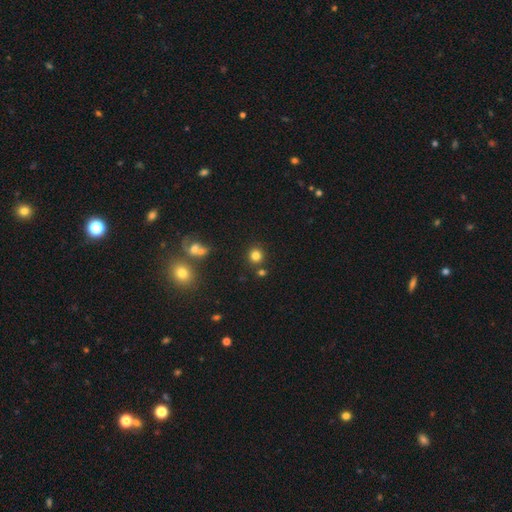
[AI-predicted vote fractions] smooth_or_featured: smooth (p=0.80) [alt: star or artifact p=0.14]
how_rounded: round (p=0.90) [alt: in between p=0.09]
merging: none (p=0.82) [alt: merger p=0.08]